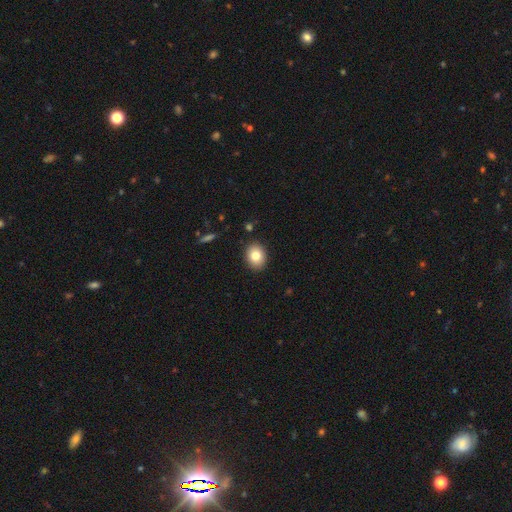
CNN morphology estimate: Smooth or featured? Predicted: smooth (p=0.81). How rounded? Predicted: in between (p=0.56). Merging? Predicted: none (p=0.89).